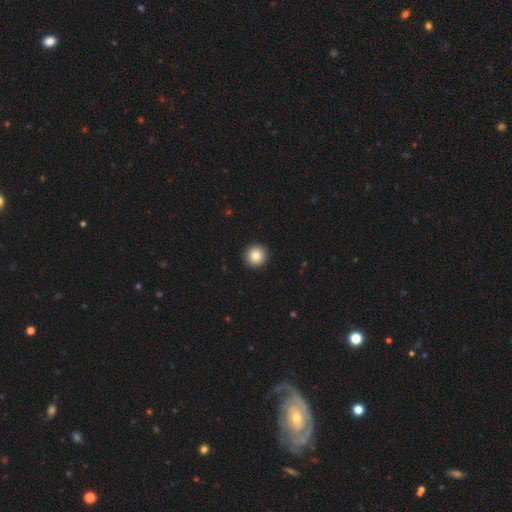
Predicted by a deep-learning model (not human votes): The model was most divided on "smooth or featured": smooth: 84%, star or artifact: 9%, featured or disk: 7%. More confident: how rounded — round (95%); merging — none (94%).